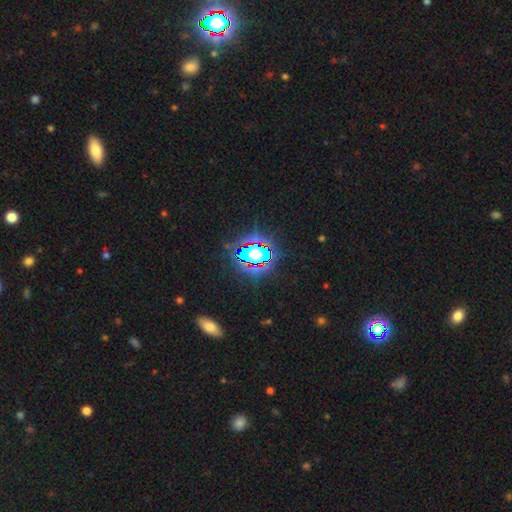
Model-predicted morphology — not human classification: Smooth or featured? star or artifact (66%)